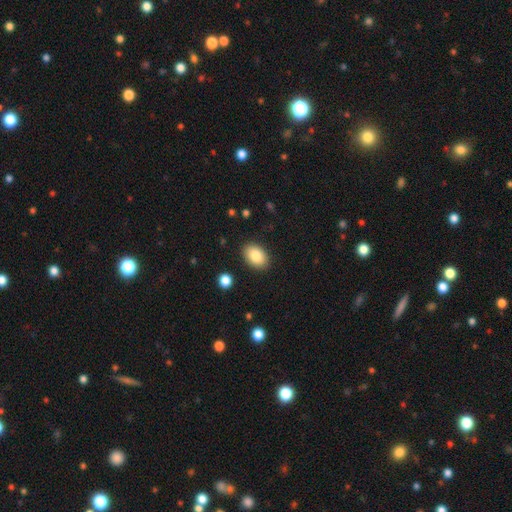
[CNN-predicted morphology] smooth_or_featured: smooth (p=0.84) [alt: featured or disk p=0.08]
how_rounded: in between (p=0.86) [alt: round p=0.13]
merging: none (p=0.88) [alt: minor disturbance p=0.08]